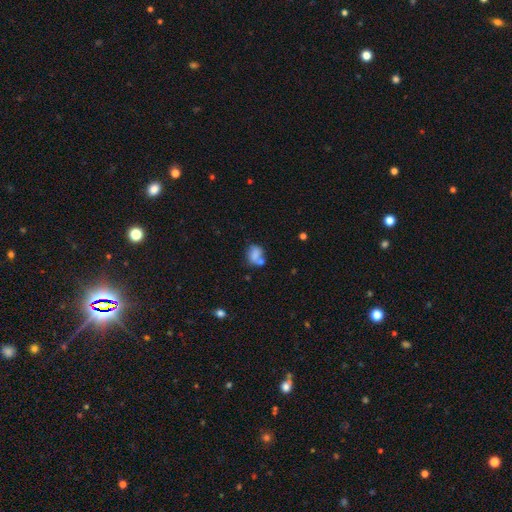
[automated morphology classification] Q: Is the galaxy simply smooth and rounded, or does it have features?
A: smooth — 72%.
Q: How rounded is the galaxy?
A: in between — 61%.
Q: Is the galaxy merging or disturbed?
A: none — 41%.